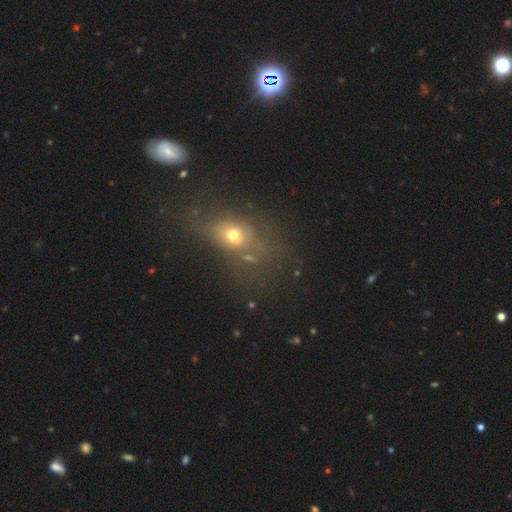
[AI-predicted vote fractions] A smooth galaxy with no disk features (46%).

Vote fractions:
- Smooth or featured? smooth: 46% / star or artifact: 33% / featured or disk: 20%
- Merging? none: 43% / major disturbance: 20% / merger: 19% / minor disturbance: 18%